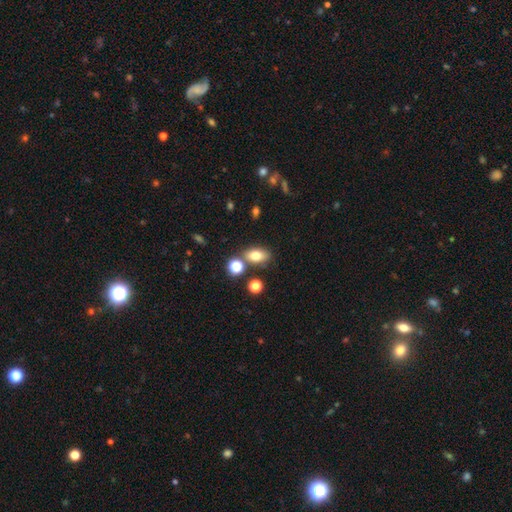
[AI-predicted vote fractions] Overall: smooth (75%). How rounded: in between (82%). Merging: none (71%).